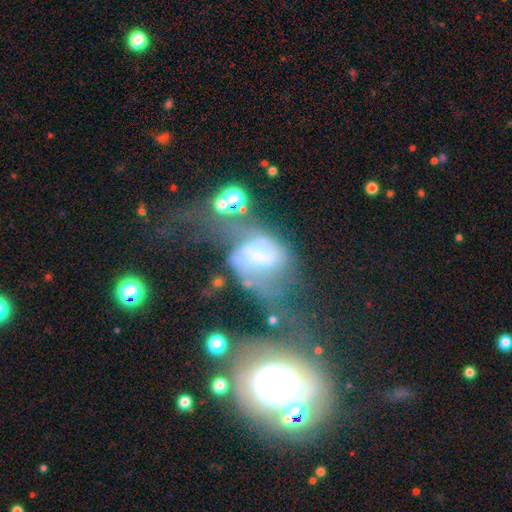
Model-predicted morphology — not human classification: smooth-or-featured: featured or disk: 66% | smooth: 20% | star or artifact: 14%
  disk-edge-on: no: 96% | yes: 4%
    bar: weak: 37% | no: 33% | strong: 30%
    has-spiral-arms: yes: 66% | no: 34%
    bulge-size: none: 30% | moderate: 27% | small: 26% | large: 13% | dominant: 4%
  merging: major disturbance: 37% | merger: 32% | none: 18% | minor disturbance: 13%